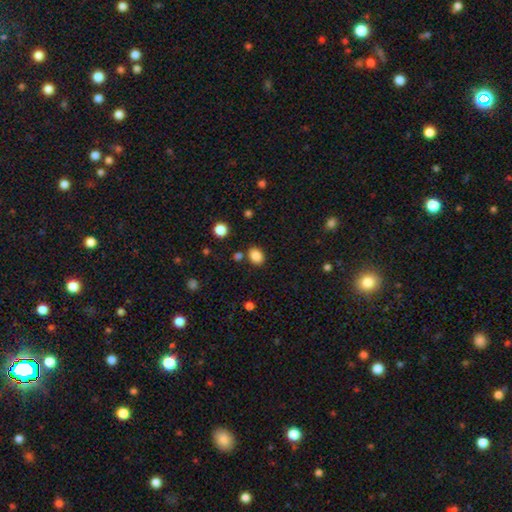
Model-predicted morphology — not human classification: Q: Smooth or featured?
A: smooth (86%); runner-up: star or artifact (10%)
Q: How rounded?
A: in between (61%); runner-up: round (38%)
Q: Merging?
A: none (82%); runner-up: minor disturbance (10%)